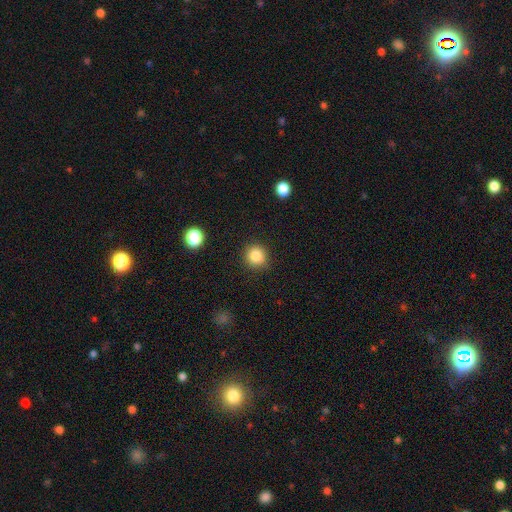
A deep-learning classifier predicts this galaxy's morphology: The model was most divided on "smooth or featured": smooth: 84%, star or artifact: 11%, featured or disk: 5%. More confident: how rounded — round (91%); merging — none (87%).